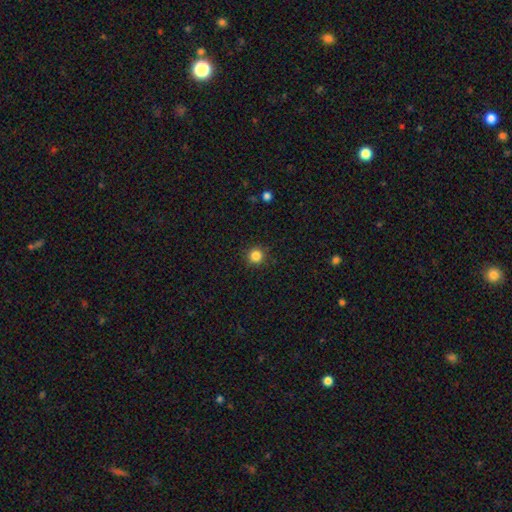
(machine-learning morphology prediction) Smooth or featured? smooth (85%)
How rounded? round (95%)
Merging? none (92%)